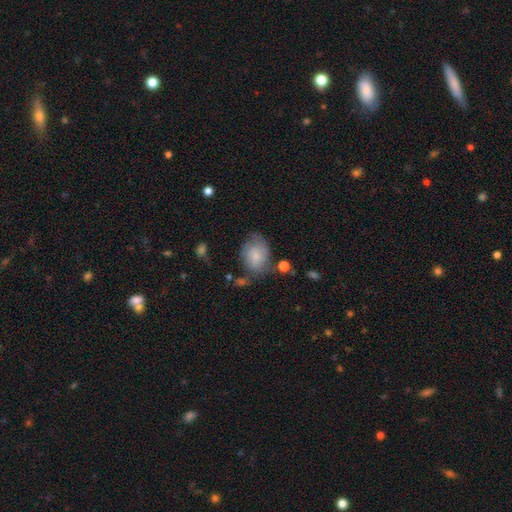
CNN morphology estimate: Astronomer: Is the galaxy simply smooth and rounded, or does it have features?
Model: smooth — 67%.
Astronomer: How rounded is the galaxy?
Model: in between — 52% (runner-up: round, 47%).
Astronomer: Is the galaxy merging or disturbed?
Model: none — 49% (runner-up: minor disturbance, 31%).